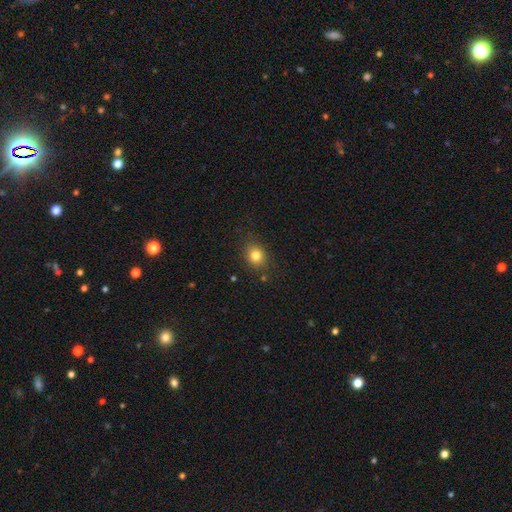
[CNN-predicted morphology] smooth 81%, star or artifact 12%, featured or disk 7%. Down the decision tree: how rounded — round (66%); merging — none (84%).